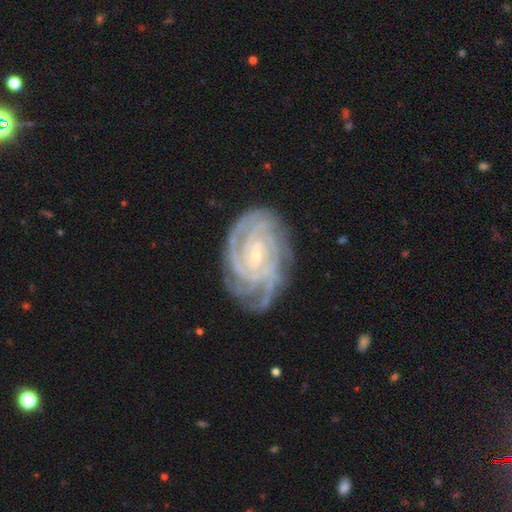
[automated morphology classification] This is clearly a featured or disk galaxy (90%). It is clearly not viewed edge-on (97%). Bar: possibly no (54%). Spiral arm pattern: clearly yes (98%). Spiral arm count: marginally 4 (29%). Spiral winding: clearly tight (80%). Central bulge: clearly small (82%). Merging: likely none (75%).